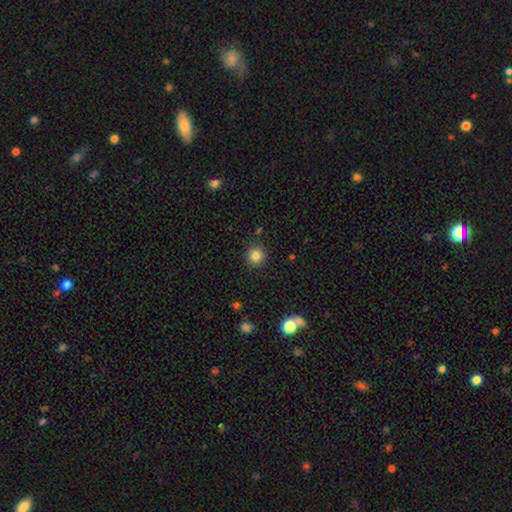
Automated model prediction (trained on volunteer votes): Smooth or featured?
  - smooth: 84% *
  - star or artifact: 11%
  - featured or disk: 4%
How rounded?
  - round: 93% *
  - in between: 6%
  - cigar-shaped: 1%
Merging?
  - none: 90% *
  - minor disturbance: 6%
  - major disturbance: 2%
  - merger: 2%